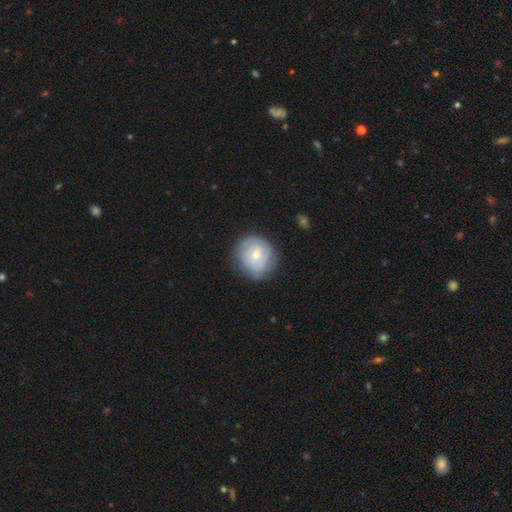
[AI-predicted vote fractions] Smooth or featured?
  - featured or disk: 47% *
  - smooth: 46%
  - star or artifact: 6%
Merging?
  - none: 76% *
  - minor disturbance: 17%
  - major disturbance: 6%
  - merger: 1%